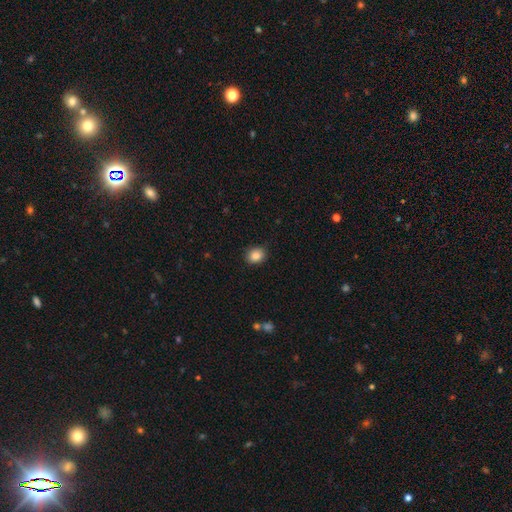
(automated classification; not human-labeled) A smooth galaxy with no disk features (86%) that is round (57%). Merging: none (88%).